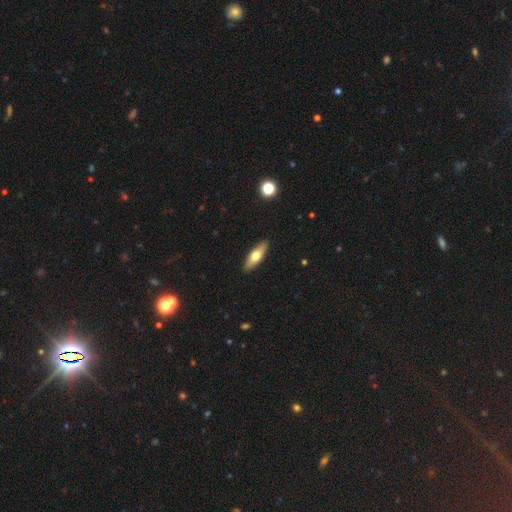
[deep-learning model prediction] Smooth or featured? Predicted: smooth (p=0.62). How rounded? Predicted: in between (p=0.55). Merging? Predicted: none (p=0.90).